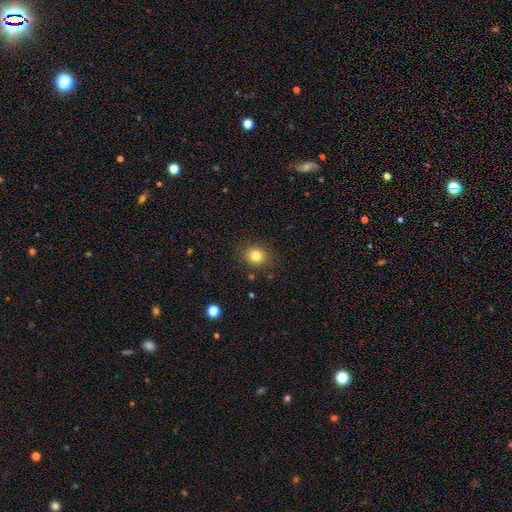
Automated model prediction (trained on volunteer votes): A smooth galaxy with no disk features (82%) that is round (74%).

Vote fractions:
- Smooth or featured? smooth: 82% / star or artifact: 11% / featured or disk: 7%
- How rounded? round: 74% / in between: 25% / cigar-shaped: 1%
- Merging? none: 87% / minor disturbance: 9% / major disturbance: 3% / merger: 2%